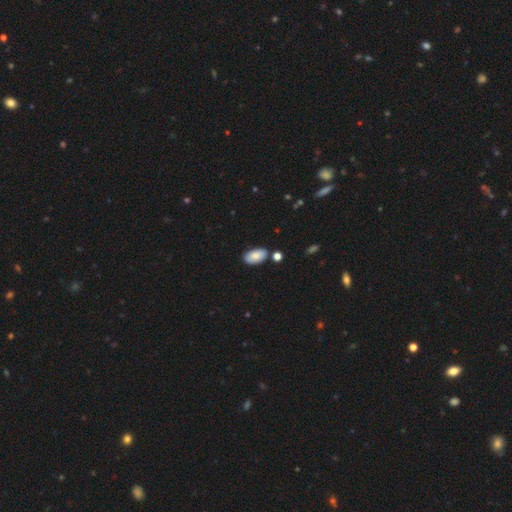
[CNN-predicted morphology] smooth-or-featured: smooth: 83% | featured or disk: 9% | star or artifact: 7%
  how-rounded: in between: 95% | round: 3% | cigar-shaped: 2%
  merging: none: 76% | minor disturbance: 15% | merger: 6% | major disturbance: 3%